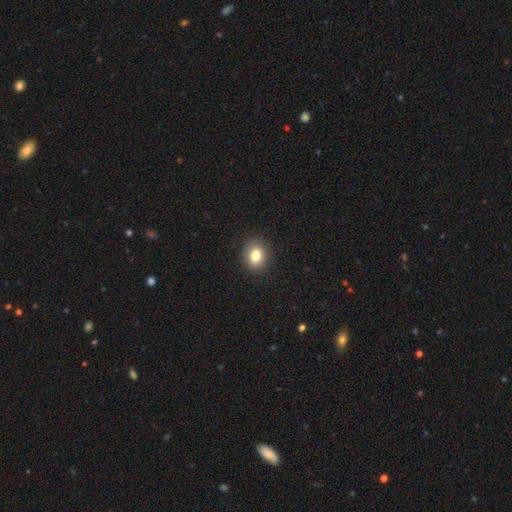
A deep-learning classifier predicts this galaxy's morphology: A smooth galaxy with no disk features (81%) that is in between round and cigar-shaped (53%). Merging: none (89%).